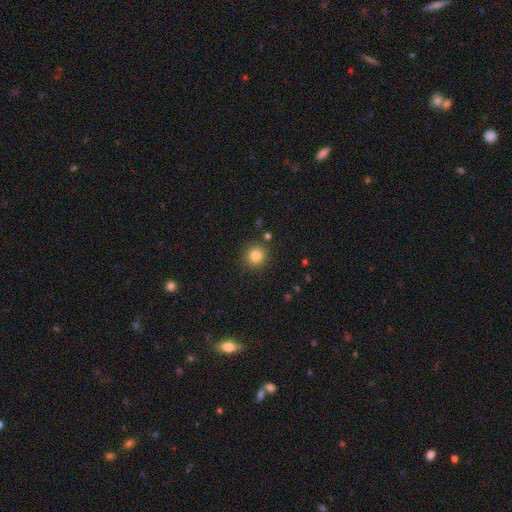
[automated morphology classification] smooth_or_featured: smooth (p=0.82) [alt: star or artifact p=0.12]
how_rounded: round (p=0.92) [alt: in between p=0.07]
merging: none (p=0.88) [alt: minor disturbance p=0.07]